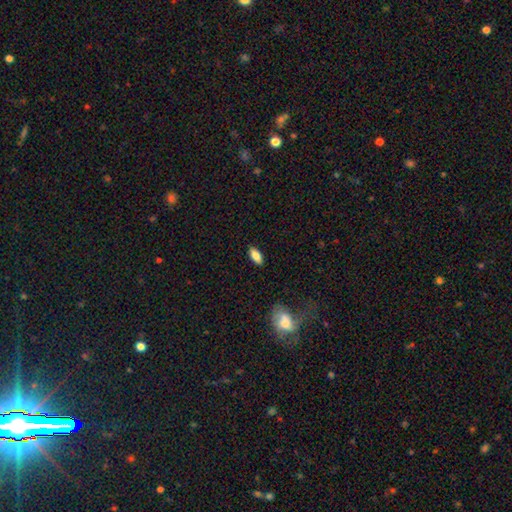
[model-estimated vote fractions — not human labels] Smooth or featured? Predicted: smooth (p=0.81). How rounded? Predicted: in between (p=0.87). Merging? Predicted: none (p=0.88).